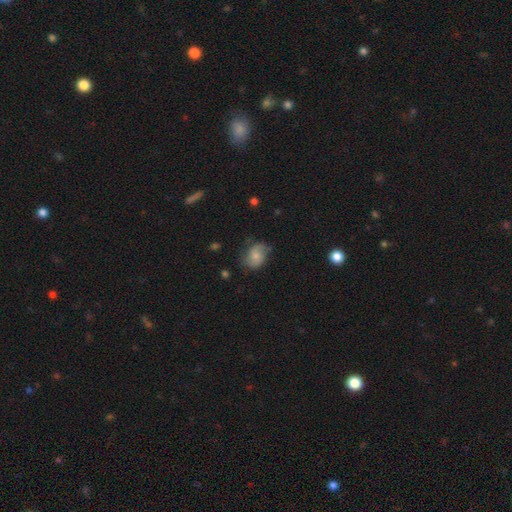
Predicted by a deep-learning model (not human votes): Morphology: type=smooth (61%); roundness=in between (61%); merging=none (57%).